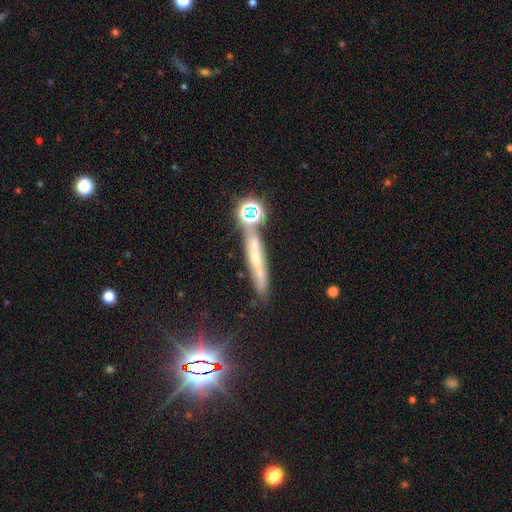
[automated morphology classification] Overall: featured or disk (42%; star or artifact 29%). Merging: none (70%).